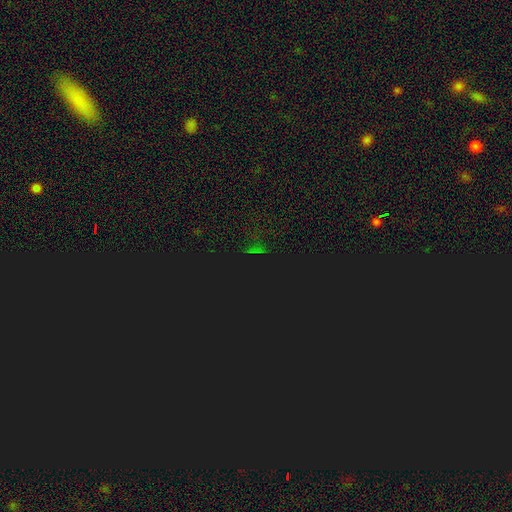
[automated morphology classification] The model was most divided on "smooth or featured": star or artifact: 80%, smooth: 13%, featured or disk: 7%.